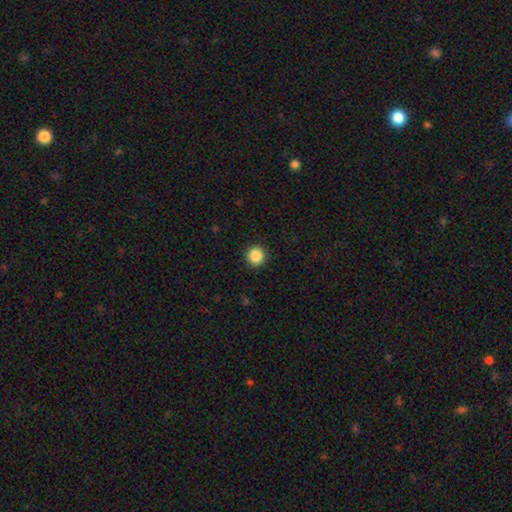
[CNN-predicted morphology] smooth_or_featured: smooth (p=0.88) [alt: star or artifact p=0.09]
how_rounded: round (p=0.94) [alt: in between p=0.05]
merging: none (p=0.93) [alt: minor disturbance p=0.05]